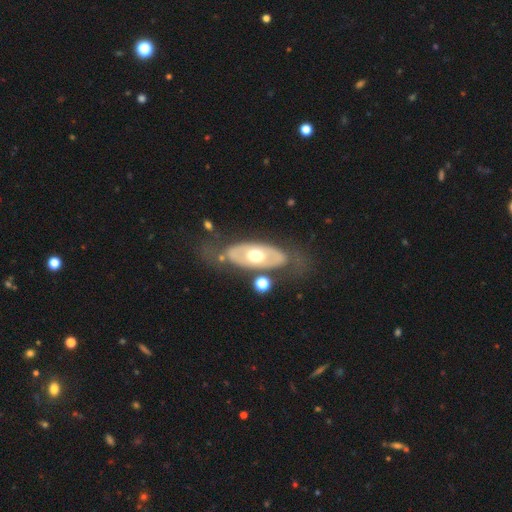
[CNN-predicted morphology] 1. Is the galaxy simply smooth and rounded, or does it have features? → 57% featured or disk, 38% smooth, 6% star or artifact.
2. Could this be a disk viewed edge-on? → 84% no, 16% yes.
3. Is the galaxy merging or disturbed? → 69% none, 15% minor disturbance, 11% major disturbance, 4% merger.